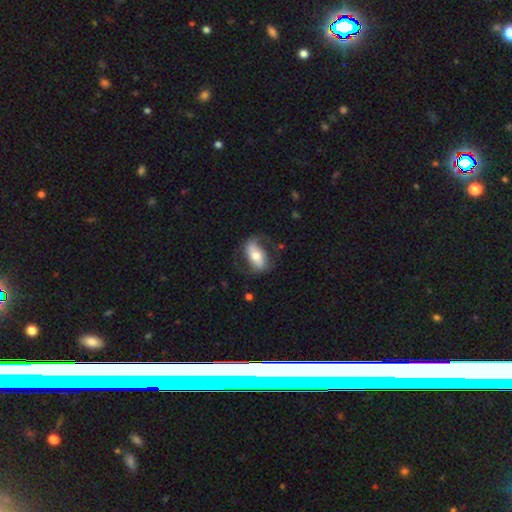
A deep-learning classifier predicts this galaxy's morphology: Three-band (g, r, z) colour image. It shows a featured or disk galaxy (51%). Merging: none (63%).